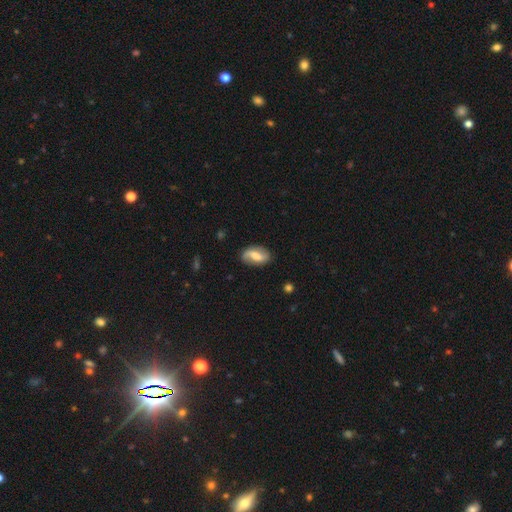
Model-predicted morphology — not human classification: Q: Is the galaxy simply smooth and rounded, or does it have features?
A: featured or disk — 55%.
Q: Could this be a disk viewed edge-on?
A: no — 95%.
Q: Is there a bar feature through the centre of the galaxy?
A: weak — 46%.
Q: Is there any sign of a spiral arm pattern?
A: yes — 86%.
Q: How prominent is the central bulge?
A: moderate — 45%.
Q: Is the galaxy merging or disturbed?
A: none — 78%.